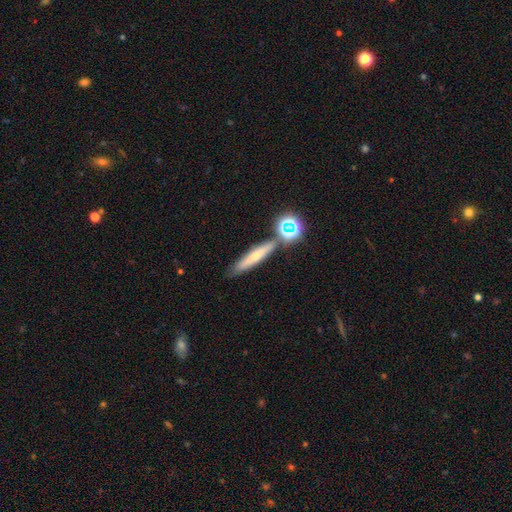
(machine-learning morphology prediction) Overall: smooth (52%; featured or disk 35%). How rounded: cigar-shaped (82%). Merging: none (74%).